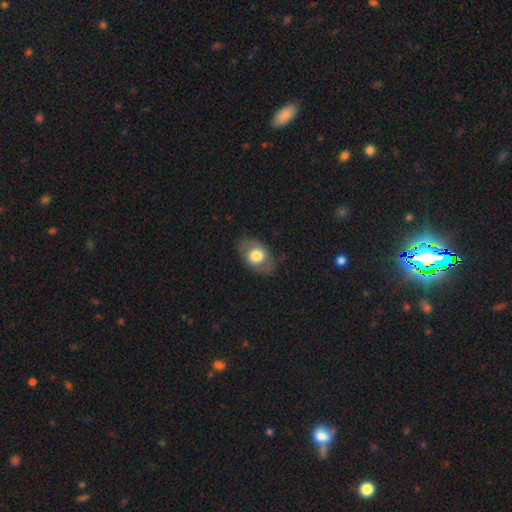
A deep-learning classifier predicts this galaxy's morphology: smooth 58%, featured or disk 36%, star or artifact 6%. Down the decision tree: how rounded — in between (74%); merging — none (75%).